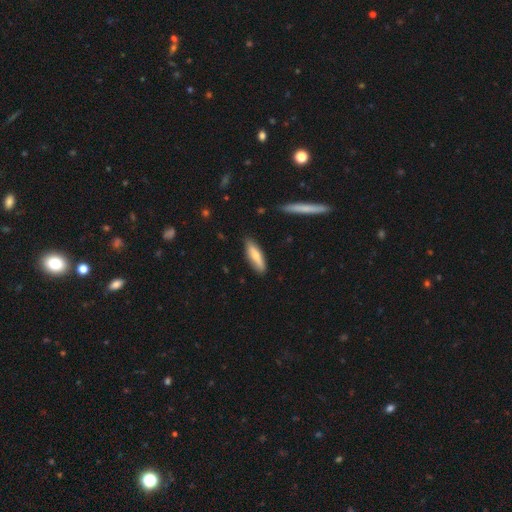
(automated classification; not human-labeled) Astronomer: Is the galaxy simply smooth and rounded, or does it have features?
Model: smooth — 61%.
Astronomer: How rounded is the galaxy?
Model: cigar-shaped — 60% (runner-up: in between, 38%).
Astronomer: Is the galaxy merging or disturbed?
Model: none — 84%.